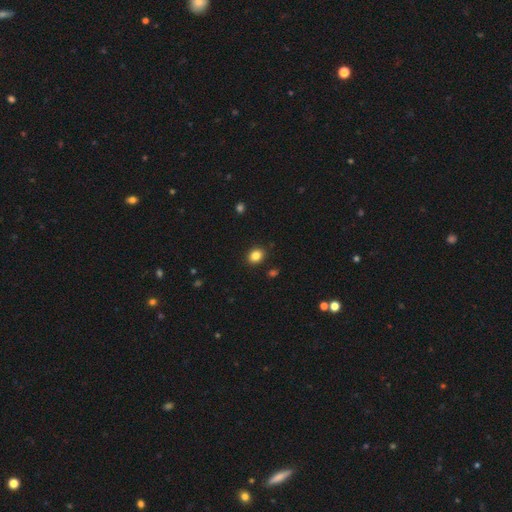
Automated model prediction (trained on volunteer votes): smooth_or_featured: smooth (p=0.84) [alt: star or artifact p=0.11]
how_rounded: round (p=0.57) [alt: in between p=0.42]
merging: none (p=0.90) [alt: minor disturbance p=0.07]